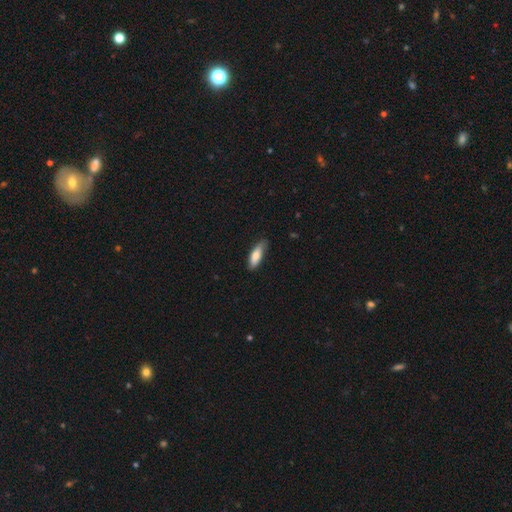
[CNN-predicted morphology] type=smooth (76%); roundness=in between (53%); merging=none (74%).